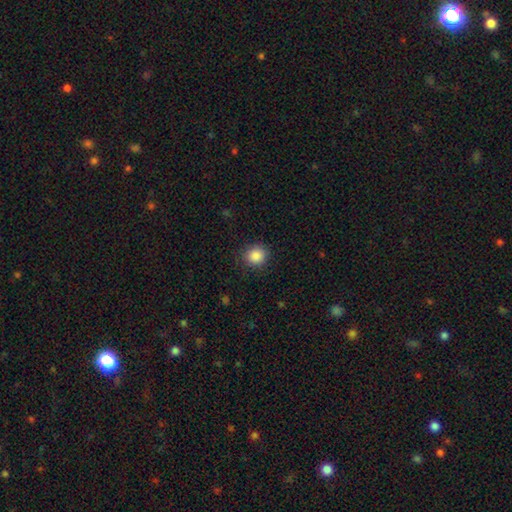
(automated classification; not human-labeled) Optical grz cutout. It shows a smooth galaxy with no disk features (87%) that is round (84%). Merging: none (88%).